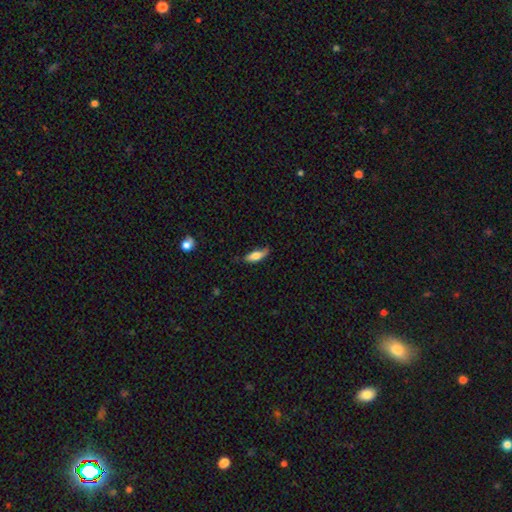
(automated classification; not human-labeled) smooth_or_featured: smooth (p=0.69) [alt: featured or disk p=0.24]
how_rounded: in between (p=0.66) [alt: cigar-shaped p=0.31]
merging: none (p=0.55) [alt: minor disturbance p=0.33]